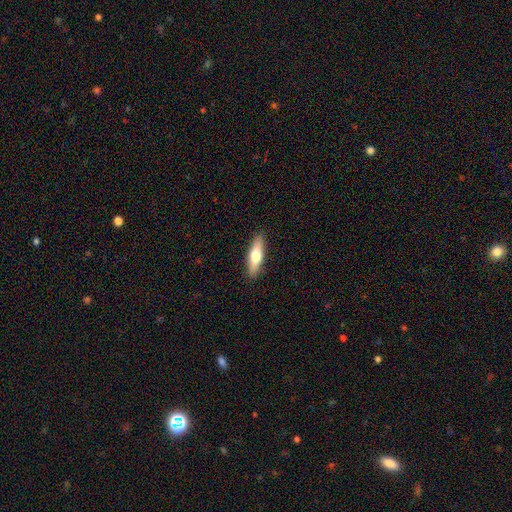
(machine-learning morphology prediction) smooth-or-featured: smooth: 60% | featured or disk: 34% | star or artifact: 6%
  how-rounded: cigar-shaped: 63% | in between: 35% | round: 2%
  merging: none: 90% | minor disturbance: 8% | major disturbance: 2% | merger: 1%